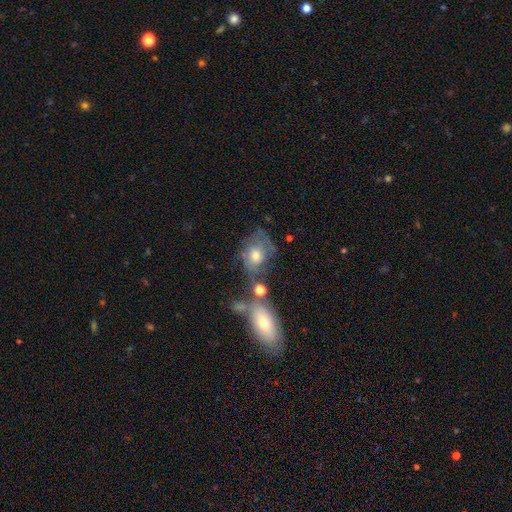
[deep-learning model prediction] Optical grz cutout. It shows a smooth galaxy with no disk features (52%) that is in between round and cigar-shaped (68%). Merging: none (32%).